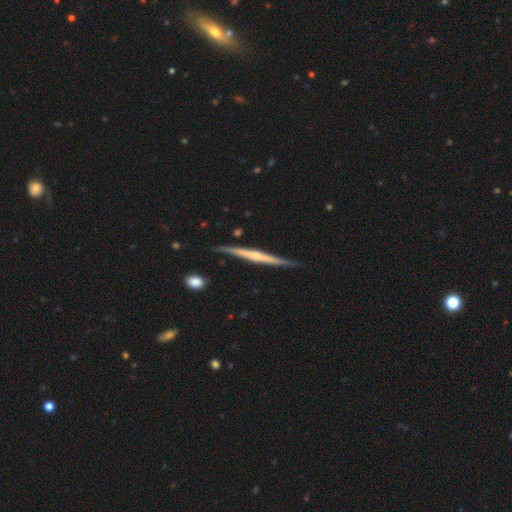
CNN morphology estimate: Smooth or featured? Predicted: featured or disk (p=0.71). Edge-on disk? Predicted: yes (p=0.98). Edge-on bulge? Predicted: rounded (p=0.47). Merging? Predicted: none (p=0.86).